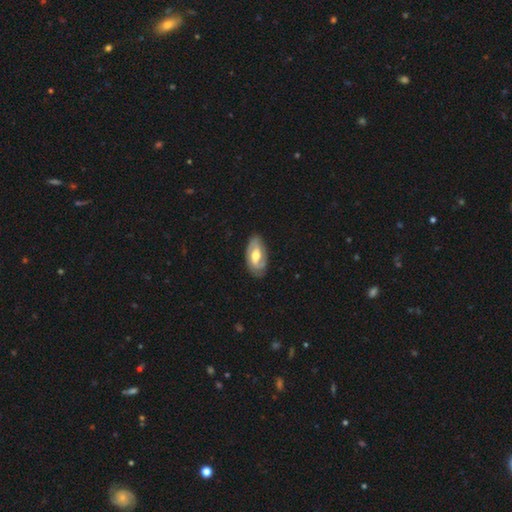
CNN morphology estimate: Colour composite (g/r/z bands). It shows a featured or disk galaxy (67%) with a weak bar (43%), spiral arms (78%) and a moderate central bulge (72%). Merging: none (79%).